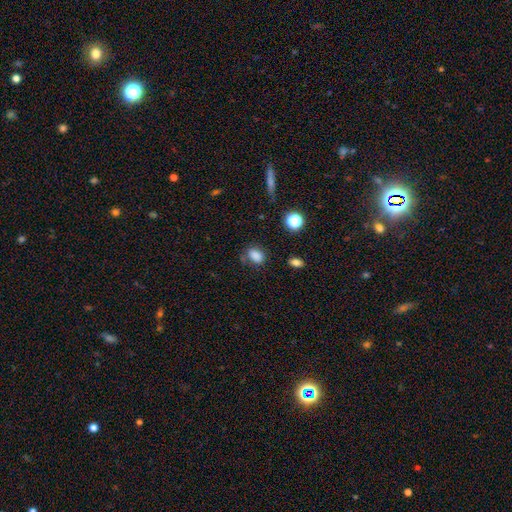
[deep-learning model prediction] This is clearly a smooth galaxy (83%). How rounded: likely in between (75%). Merging: likely none (69%).